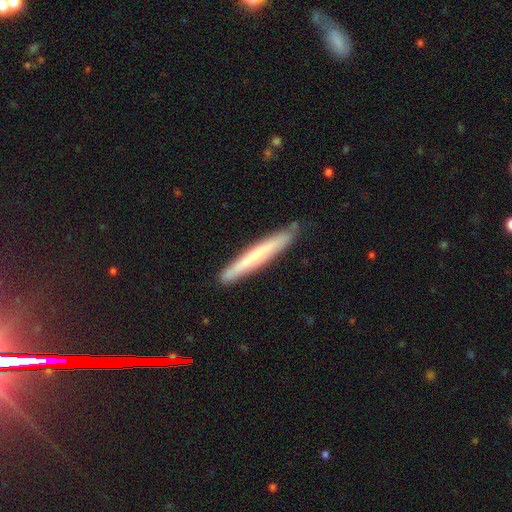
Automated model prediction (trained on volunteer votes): The model was most divided on "smooth or featured": smooth: 47%, featured or disk: 44%, star or artifact: 10%. More confident: merging — none (86%).